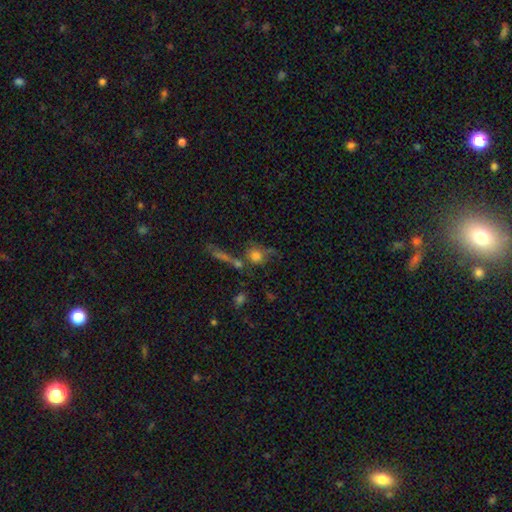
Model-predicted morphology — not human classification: This appears to be a smooth galaxy with no disk features (67%) that is round (72%). Merging: none (47%).